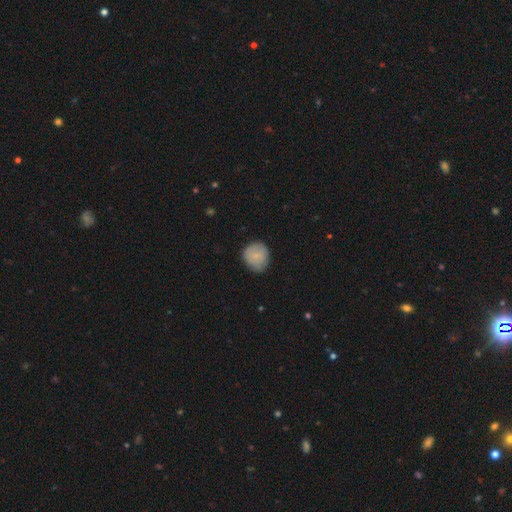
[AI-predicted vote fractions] Smooth or featured? smooth (79%)
How rounded? round (86%)
Merging? none (74%)